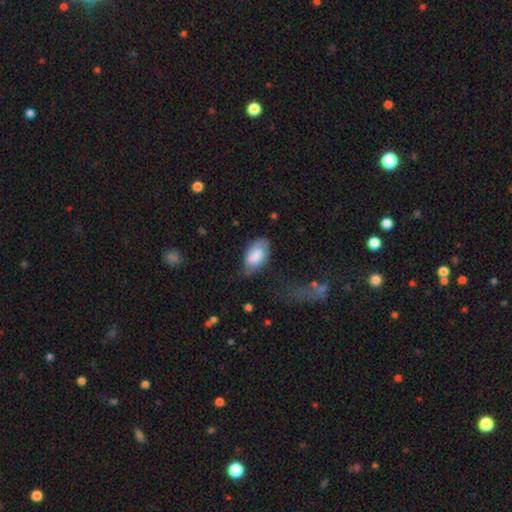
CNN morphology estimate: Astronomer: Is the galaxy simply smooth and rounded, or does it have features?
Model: smooth — 76%.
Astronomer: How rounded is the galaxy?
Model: in between — 94%.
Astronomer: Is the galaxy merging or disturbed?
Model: none — 47% (runner-up: minor disturbance, 36%).